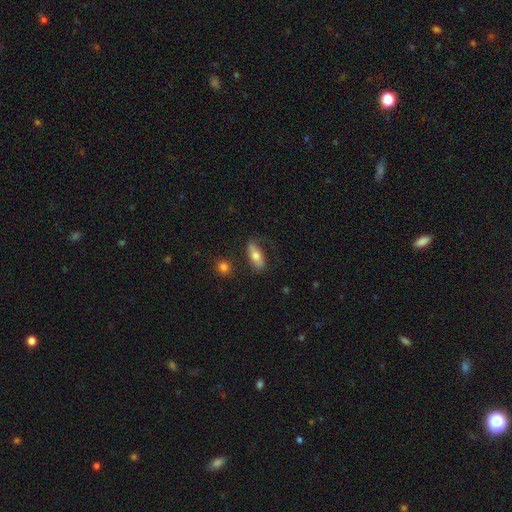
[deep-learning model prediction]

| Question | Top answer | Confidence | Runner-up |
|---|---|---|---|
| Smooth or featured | smooth | 65% | featured or disk (29%) |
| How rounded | in between | 75% | cigar-shaped (21%) |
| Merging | none | 67% | minor disturbance (20%) |